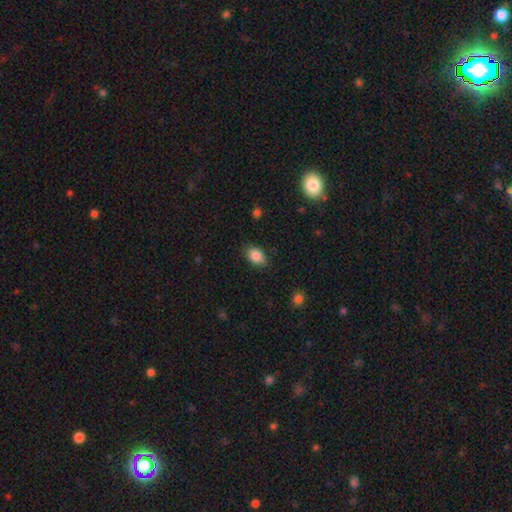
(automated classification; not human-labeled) This appears to be a smooth galaxy with no disk features (86%) that is in between round and cigar-shaped (85%). Merging: none (81%).